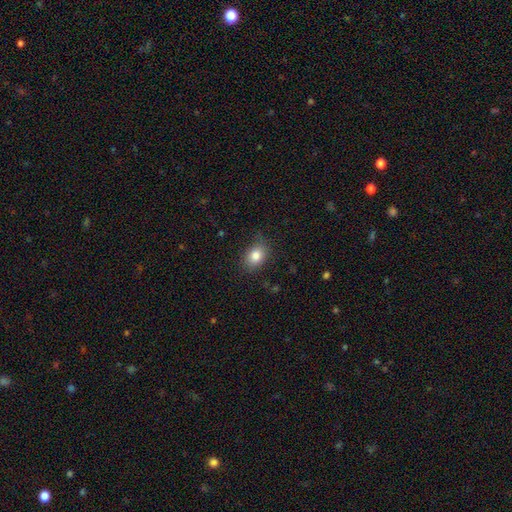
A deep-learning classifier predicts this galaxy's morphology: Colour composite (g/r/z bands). It shows a smooth galaxy with no disk features (83%) that is in between round and cigar-shaped (65%). Merging: none (79%).